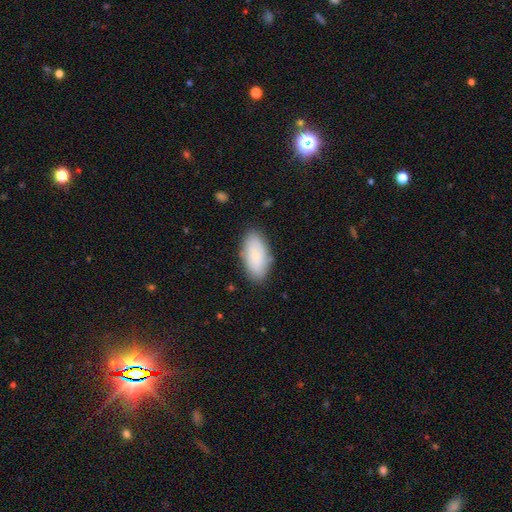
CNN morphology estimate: Q: Smooth or featured?
A: smooth (80%); runner-up: featured or disk (14%)
Q: How rounded?
A: in between (93%); runner-up: cigar-shaped (5%)
Q: Merging?
A: none (83%); runner-up: minor disturbance (13%)